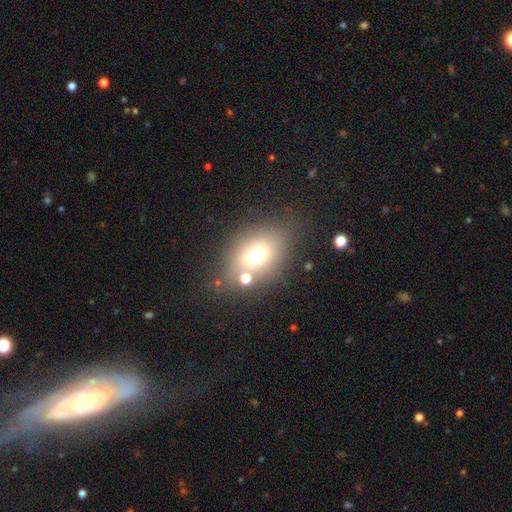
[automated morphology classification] Smooth or featured?
  - smooth: 65% *
  - star or artifact: 18%
  - featured or disk: 17%
How rounded?
  - in between: 63% *
  - round: 35%
  - cigar-shaped: 2%
Merging?
  - none: 66% *
  - merger: 14%
  - minor disturbance: 13%
  - major disturbance: 7%